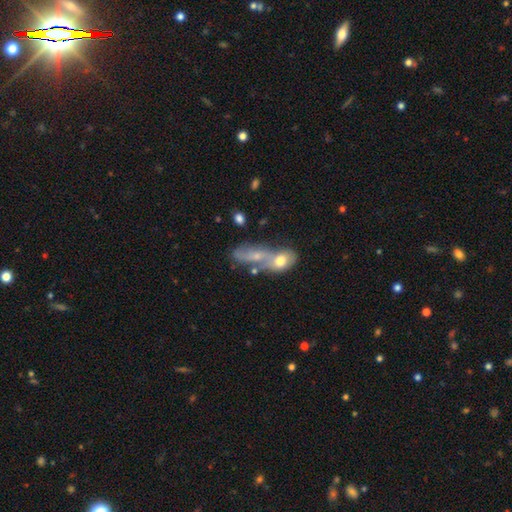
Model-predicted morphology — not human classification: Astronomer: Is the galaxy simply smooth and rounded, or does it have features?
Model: smooth — 50% (runner-up: featured or disk, 41%).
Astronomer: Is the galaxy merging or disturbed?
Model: merger — 63%.